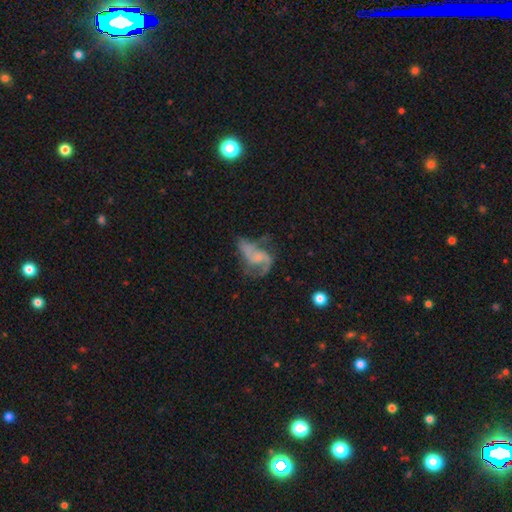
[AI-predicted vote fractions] This is likely a featured or disk galaxy (76%). It is clearly not viewed edge-on (97%). Bar: likely no (68%). Spiral arm pattern: clearly yes (86%). Spiral arm count: likely 2 (71%). Spiral winding: possibly loose (50%). Central bulge: likely small (63%). Merging: marginally major disturbance (35%, tied with none).